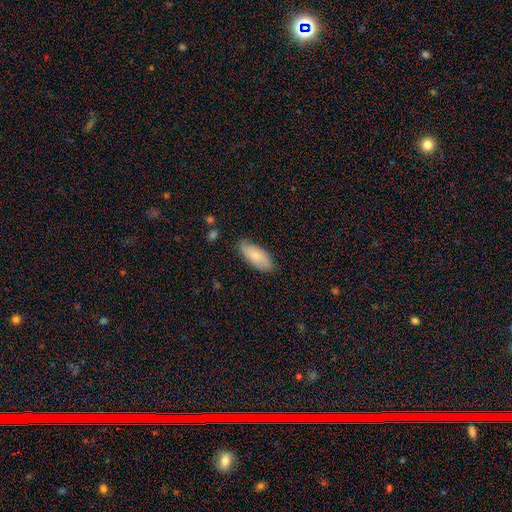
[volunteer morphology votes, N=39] This is likely a smooth galaxy (77%). How rounded: clearly in between (87%). Merging: likely none (79%).